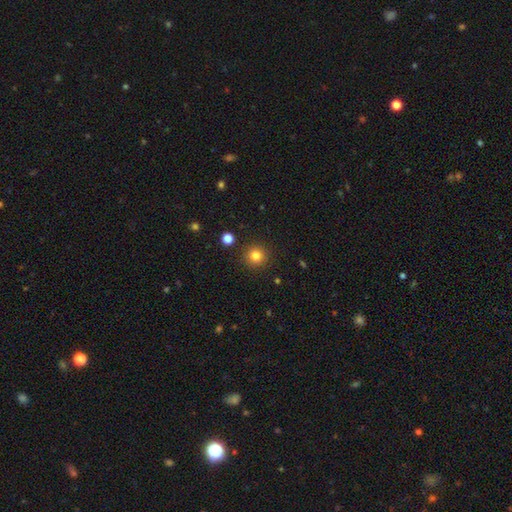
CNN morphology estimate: Smooth or featured?
  - smooth: 81% *
  - star or artifact: 13%
  - featured or disk: 6%
How rounded?
  - round: 95% *
  - in between: 4%
  - cigar-shaped: 1%
Merging?
  - none: 91% *
  - minor disturbance: 5%
  - major disturbance: 2%
  - merger: 2%